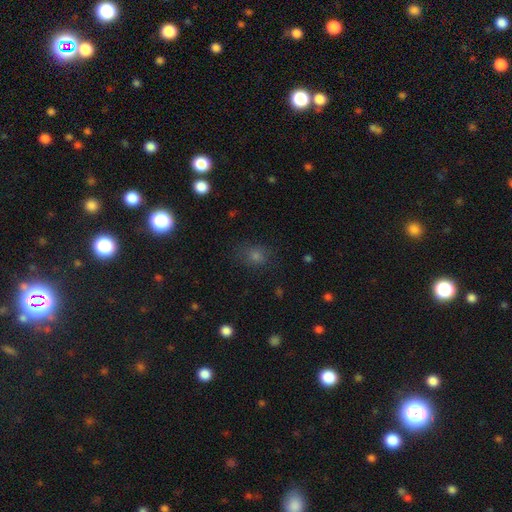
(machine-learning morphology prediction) A smooth galaxy with no disk features (64%) that is round (66%). Merging: none (77%).